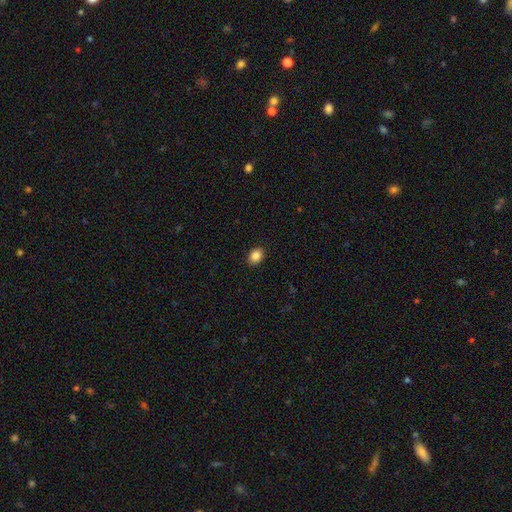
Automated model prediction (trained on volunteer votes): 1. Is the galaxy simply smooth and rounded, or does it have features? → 87% smooth, 9% star or artifact, 3% featured or disk.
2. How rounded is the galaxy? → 57% in between, 42% round, 1% cigar-shaped.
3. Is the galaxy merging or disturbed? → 90% none, 7% minor disturbance, 2% major disturbance, 1% merger.